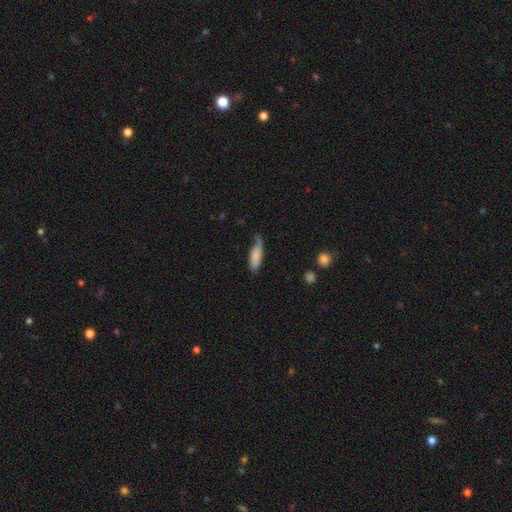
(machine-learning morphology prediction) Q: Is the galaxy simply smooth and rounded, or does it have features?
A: smooth — 78%.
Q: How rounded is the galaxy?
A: in between — 57%.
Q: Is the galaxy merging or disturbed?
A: none — 46%.